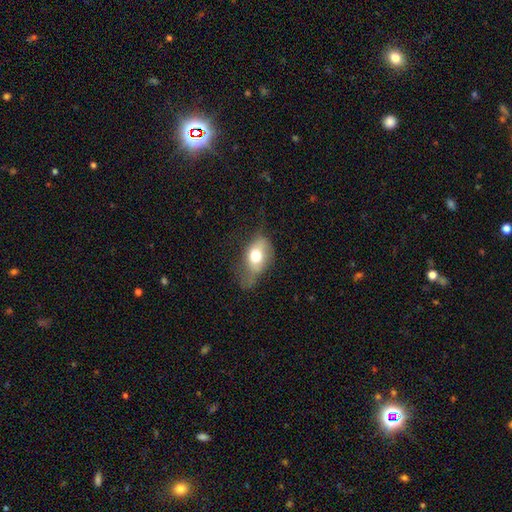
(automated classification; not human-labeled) Morphology: type=smooth (67%); roundness=in between (82%); merging=minor disturbance (36%).